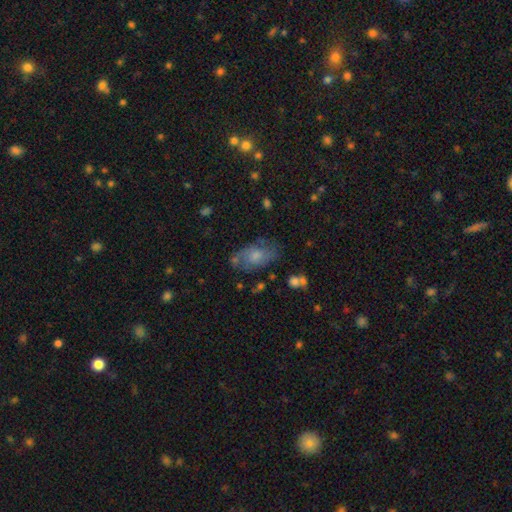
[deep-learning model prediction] Smooth or featured? Predicted: smooth (p=0.54). How rounded? Predicted: in between (p=0.89). Merging? Predicted: none (p=0.58).